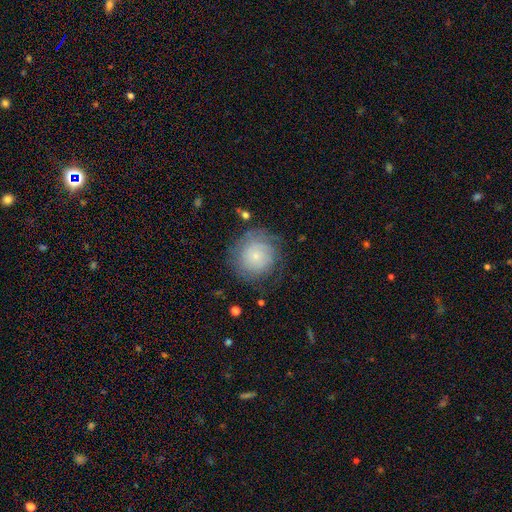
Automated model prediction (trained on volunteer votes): Overall: smooth (55%; featured or disk 36%). How rounded: round (91%). Merging: none (68%).